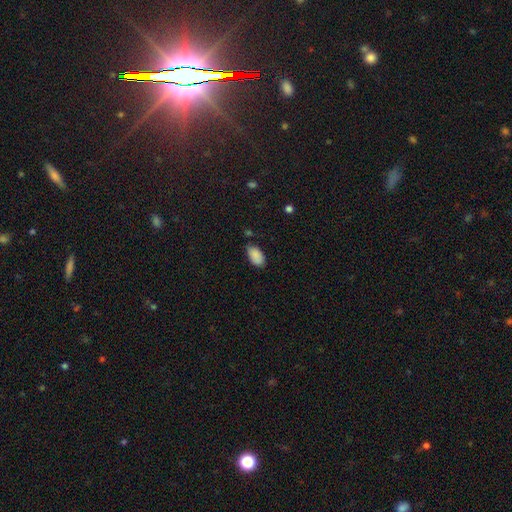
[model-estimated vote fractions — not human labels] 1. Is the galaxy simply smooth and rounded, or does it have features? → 88% smooth, 7% star or artifact, 4% featured or disk.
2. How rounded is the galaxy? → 94% in between, 4% round, 2% cigar-shaped.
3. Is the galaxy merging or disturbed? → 66% none, 26% minor disturbance, 4% major disturbance, 3% merger.